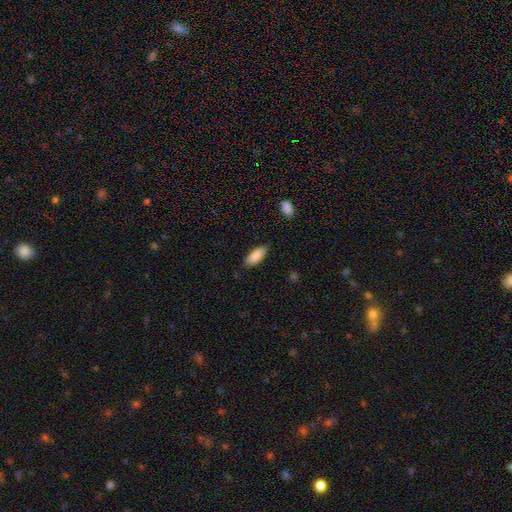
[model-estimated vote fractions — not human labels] A smooth galaxy with no disk features (88%) that is in between round and cigar-shaped (77%).

Vote fractions:
- Smooth or featured? smooth: 88% / star or artifact: 6% / featured or disk: 6%
- How rounded? in between: 77% / cigar-shaped: 22% / round: 2%
- Merging? none: 85% / minor disturbance: 12% / major disturbance: 2% / merger: 1%